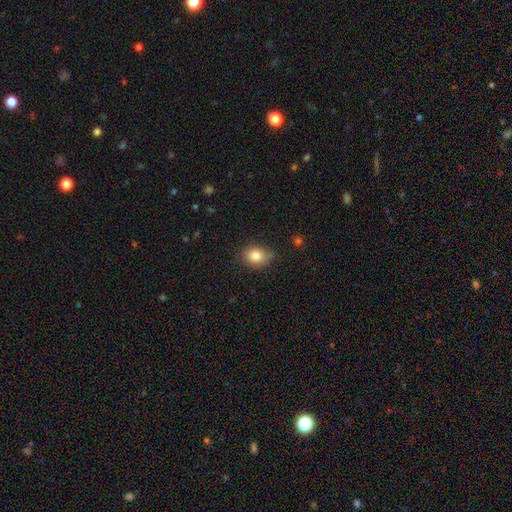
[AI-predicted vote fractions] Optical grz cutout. It shows a smooth galaxy with no disk features (83%) that is in between round and cigar-shaped (55%). Merging: none (74%).